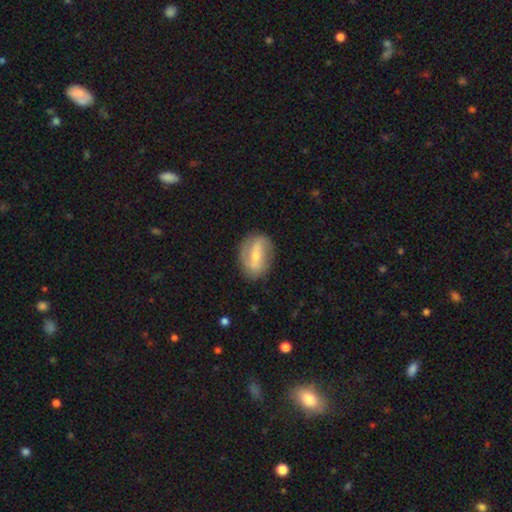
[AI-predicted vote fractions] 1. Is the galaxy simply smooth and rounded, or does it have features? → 64% featured or disk, 30% smooth, 6% star or artifact.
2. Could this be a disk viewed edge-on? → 92% no, 8% yes.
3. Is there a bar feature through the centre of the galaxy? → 50% strong, 33% weak, 17% no.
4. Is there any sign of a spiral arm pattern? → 67% yes, 33% no.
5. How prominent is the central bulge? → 51% small, 42% moderate, 3% none, 3% large, 1% dominant.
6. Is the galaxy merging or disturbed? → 79% none, 15% minor disturbance, 5% major disturbance, 1% merger.